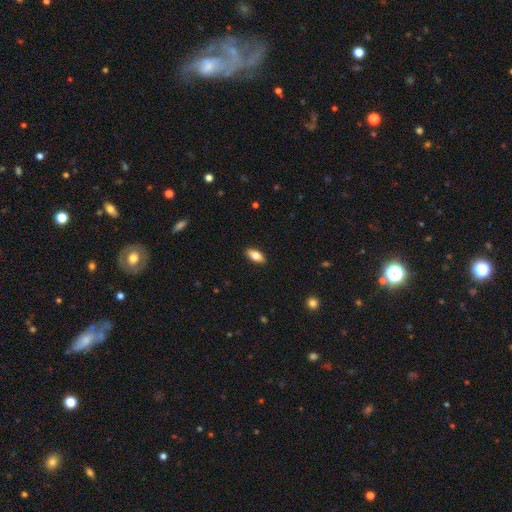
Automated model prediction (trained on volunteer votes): A smooth galaxy with no disk features (80%) that is in between round and cigar-shaped (86%).

Vote fractions:
- Smooth or featured? smooth: 80% / featured or disk: 14% / star or artifact: 7%
- How rounded? in between: 86% / cigar-shaped: 11% / round: 3%
- Merging? none: 89% / minor disturbance: 8% / major disturbance: 2% / merger: 1%